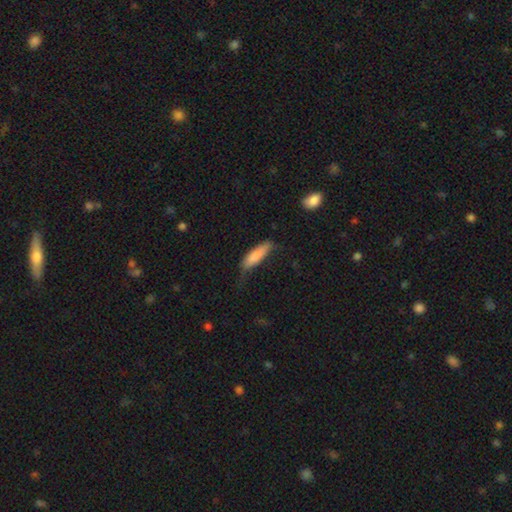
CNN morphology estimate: Smooth or featured? Predicted: smooth (p=0.82). How rounded? Predicted: cigar-shaped (p=0.63). Merging? Predicted: none (p=0.50).